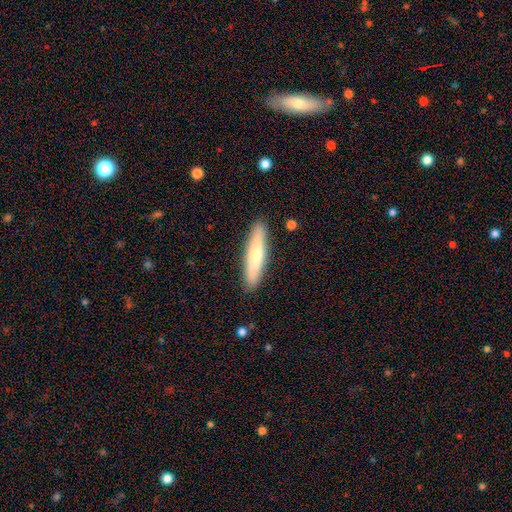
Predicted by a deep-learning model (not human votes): Smooth or featured? smooth (64%)
How rounded? cigar-shaped (86%)
Merging? none (89%)